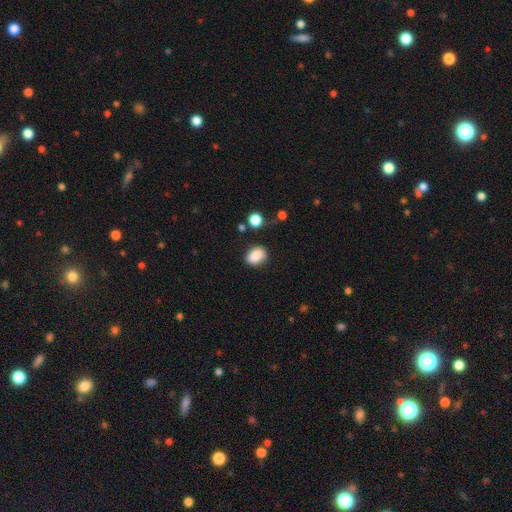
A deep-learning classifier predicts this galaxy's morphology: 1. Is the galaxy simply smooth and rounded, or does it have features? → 86% smooth, 9% star or artifact, 5% featured or disk.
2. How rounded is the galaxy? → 67% in between, 32% round, 1% cigar-shaped.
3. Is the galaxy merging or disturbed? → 75% none, 17% minor disturbance, 4% major disturbance, 4% merger.